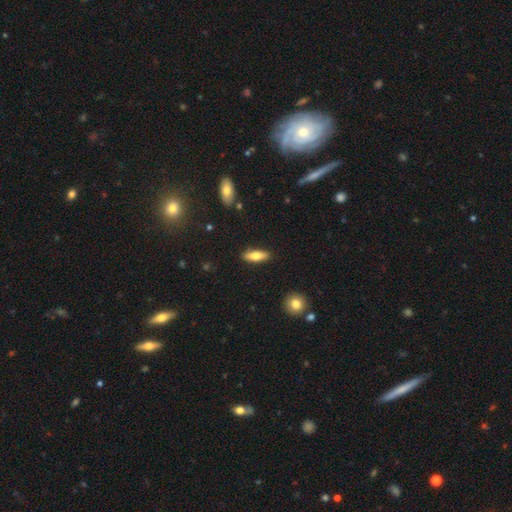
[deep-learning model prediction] A smooth galaxy with no disk features (68%) that is in between round and cigar-shaped (55%). Merging: none (88%).